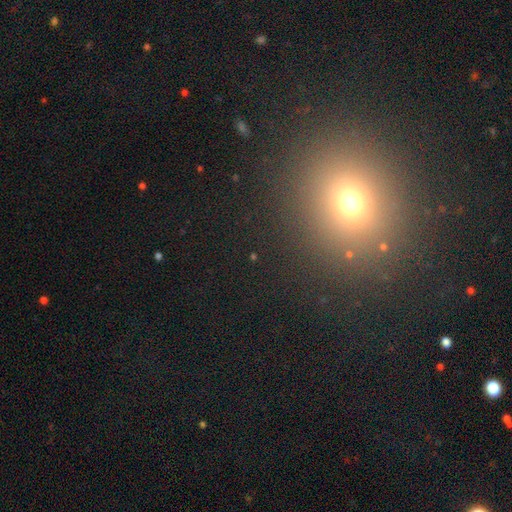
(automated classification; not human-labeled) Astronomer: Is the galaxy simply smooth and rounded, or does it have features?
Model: smooth — 53% (runner-up: star or artifact, 38%).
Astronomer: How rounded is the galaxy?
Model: round — 82%.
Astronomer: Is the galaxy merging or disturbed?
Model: none — 87%.